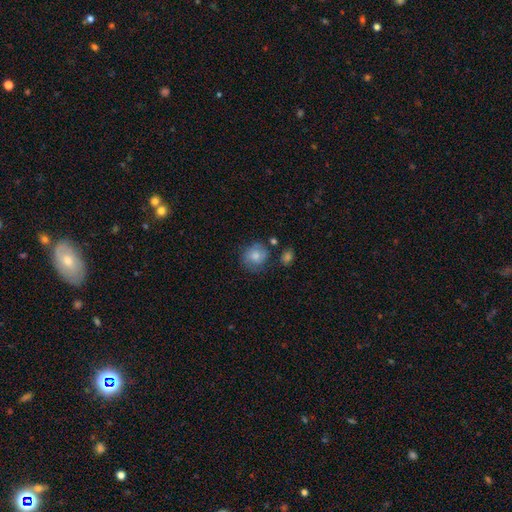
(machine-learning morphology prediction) smooth 76%, featured or disk 16%, star or artifact 8%. Down the decision tree: how rounded — round (82%); merging — none (68%).